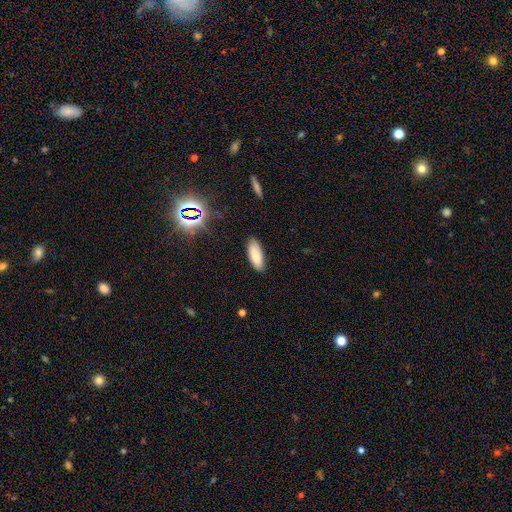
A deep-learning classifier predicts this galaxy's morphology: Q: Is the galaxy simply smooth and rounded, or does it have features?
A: smooth — 83%.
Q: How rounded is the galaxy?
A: in between — 72%.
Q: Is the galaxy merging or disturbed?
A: none — 85%.